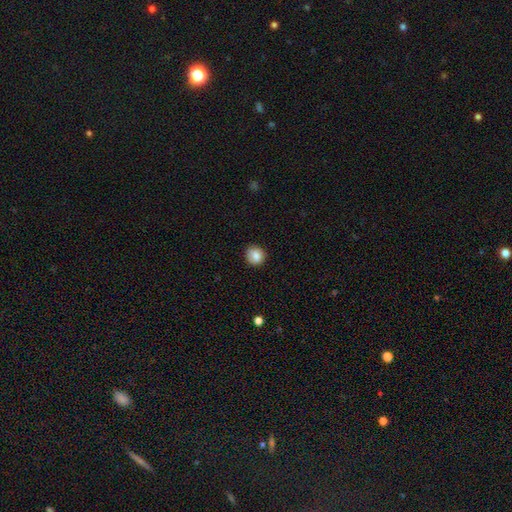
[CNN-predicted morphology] type=smooth (83%); roundness=round (89%); merging=none (88%).